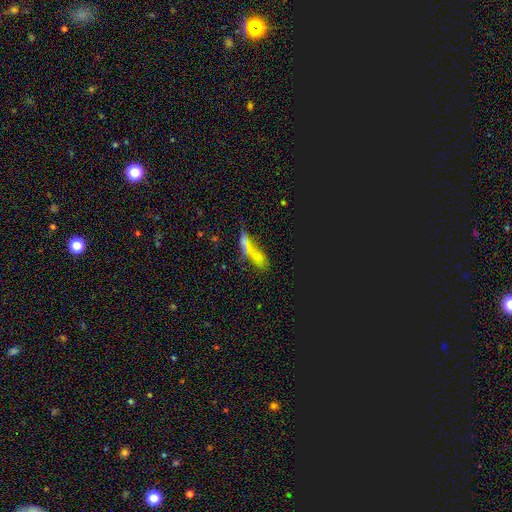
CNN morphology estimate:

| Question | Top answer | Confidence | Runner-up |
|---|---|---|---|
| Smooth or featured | smooth | 49% | star or artifact (35%) |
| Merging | none | 44% | merger (27%) |